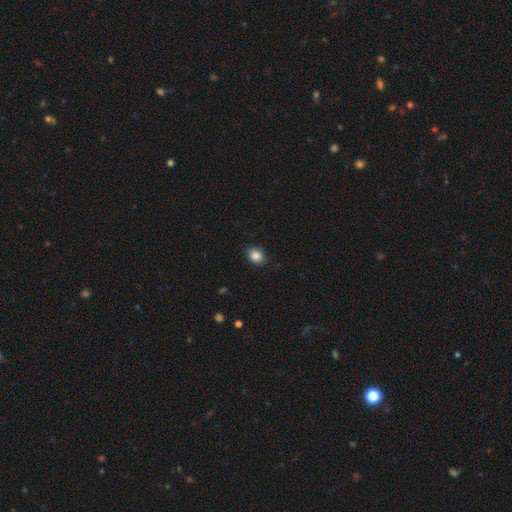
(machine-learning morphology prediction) Smooth or featured?
  - smooth: 86% *
  - star or artifact: 9%
  - featured or disk: 5%
How rounded?
  - round: 53% *
  - in between: 46%
  - cigar-shaped: 1%
Merging?
  - none: 87% *
  - minor disturbance: 10%
  - major disturbance: 2%
  - merger: 1%